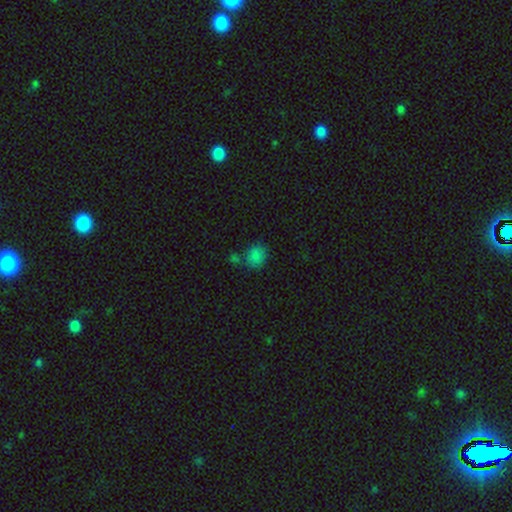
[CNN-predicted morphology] A smooth galaxy with no disk features (80%) that is round (71%).

Vote fractions:
- Smooth or featured? smooth: 80% / star or artifact: 14% / featured or disk: 5%
- How rounded? round: 71% / in between: 28% / cigar-shaped: 1%
- Merging? none: 62% / merger: 18% / minor disturbance: 15% / major disturbance: 5%